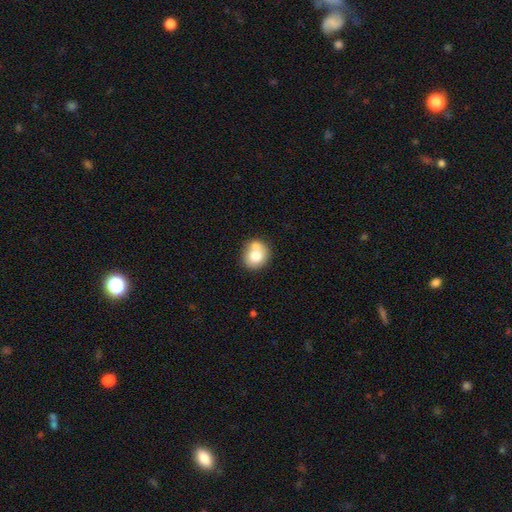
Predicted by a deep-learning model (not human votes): A smooth galaxy with no disk features (73%) that is round (76%). Merging: none (47%).